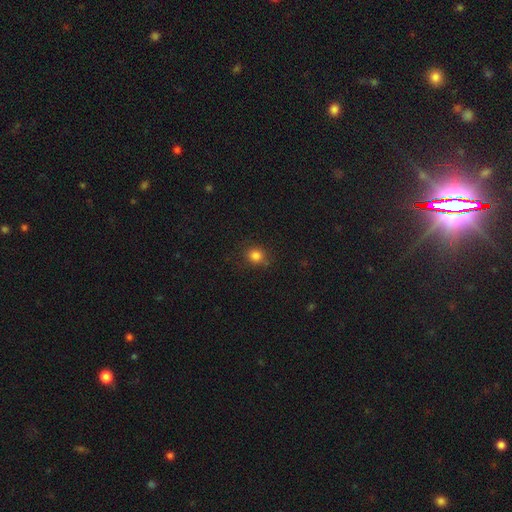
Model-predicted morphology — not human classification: Smooth or featured?
  - smooth: 82% *
  - star or artifact: 13%
  - featured or disk: 5%
How rounded?
  - round: 81% *
  - in between: 18%
  - cigar-shaped: 1%
Merging?
  - none: 82% *
  - minor disturbance: 13%
  - major disturbance: 4%
  - merger: 1%